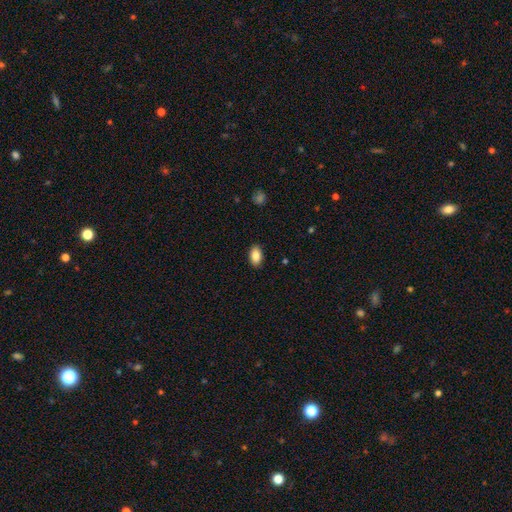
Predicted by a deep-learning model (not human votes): smooth-or-featured: smooth: 87% | star or artifact: 8% | featured or disk: 6%
  how-rounded: in between: 92% | round: 6% | cigar-shaped: 2%
  merging: none: 89% | minor disturbance: 8% | major disturbance: 2% | merger: 1%